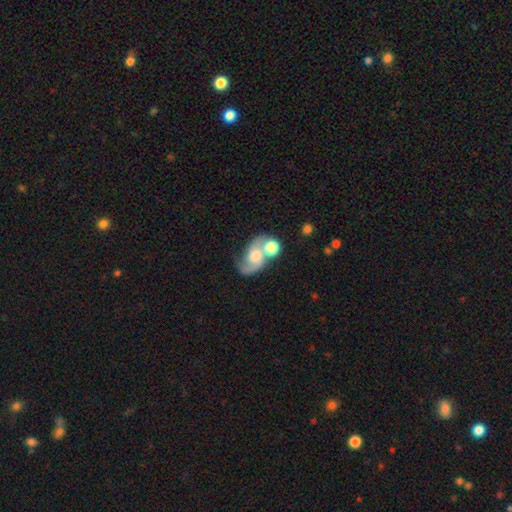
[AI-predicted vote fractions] A featured or disk galaxy (75%) with no bar (64%), 2 (87%) loose (46%) spiral arms (93%) and a moderate central bulge (46%). Merging: none (40%).